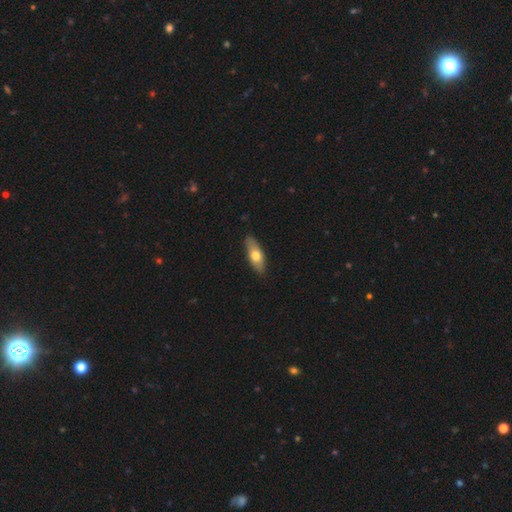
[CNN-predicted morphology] smooth_or_featured: smooth (p=0.62) [alt: featured or disk p=0.32]
how_rounded: in between (p=0.67) [alt: cigar-shaped p=0.30]
merging: none (p=0.87) [alt: minor disturbance p=0.10]